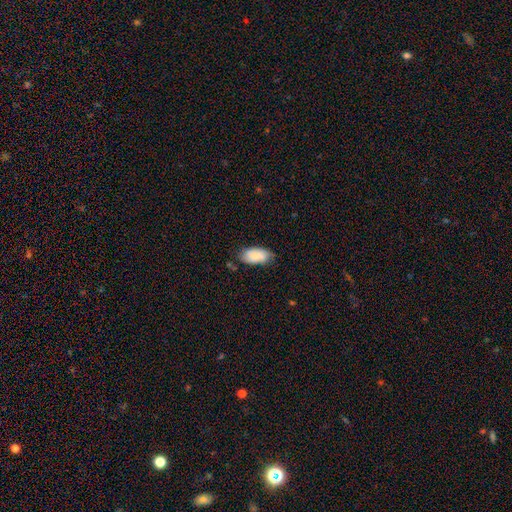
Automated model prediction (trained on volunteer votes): A smooth galaxy with no disk features (81%) that is in between round and cigar-shaped (93%).

Vote fractions:
- Smooth or featured? smooth: 81% / featured or disk: 13% / star or artifact: 6%
- How rounded? in between: 93% / cigar-shaped: 5% / round: 2%
- Merging? none: 73% / minor disturbance: 22% / major disturbance: 4% / merger: 2%